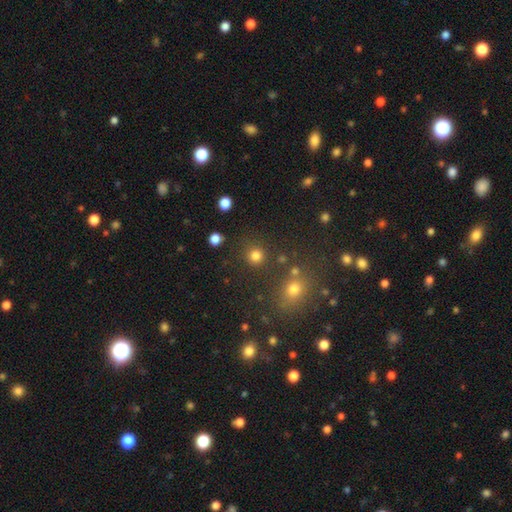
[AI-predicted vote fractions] This appears to be a smooth galaxy with no disk features (80%) that is round (93%). Merging: none (86%).